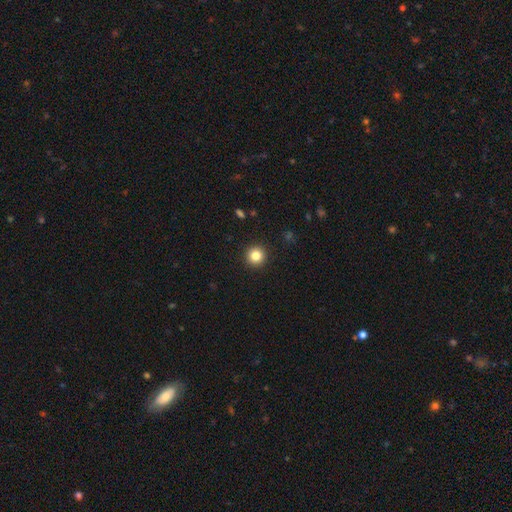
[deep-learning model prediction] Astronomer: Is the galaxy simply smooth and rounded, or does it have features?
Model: smooth — 83%.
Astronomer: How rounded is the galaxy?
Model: round — 95%.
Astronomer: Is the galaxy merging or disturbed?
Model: none — 93%.